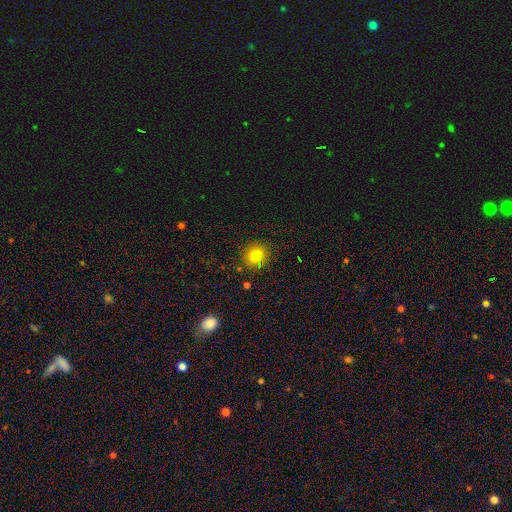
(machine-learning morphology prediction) smooth_or_featured: smooth (p=0.76) [alt: star or artifact p=0.16]
how_rounded: round (p=0.89) [alt: in between p=0.10]
merging: none (p=0.85) [alt: minor disturbance p=0.09]